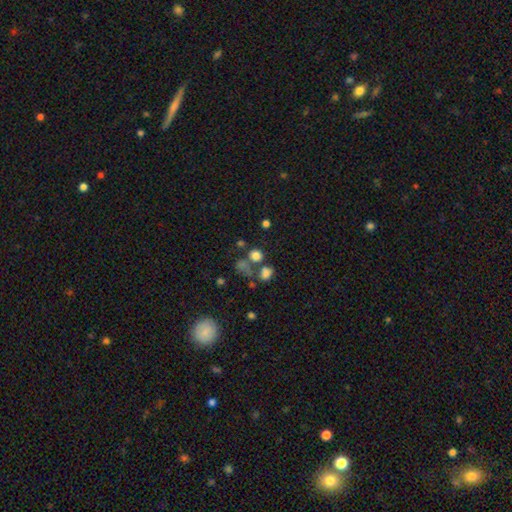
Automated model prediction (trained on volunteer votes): Overall: smooth (74%). How rounded: round (81%). Merging: none (53%; merger 29%).